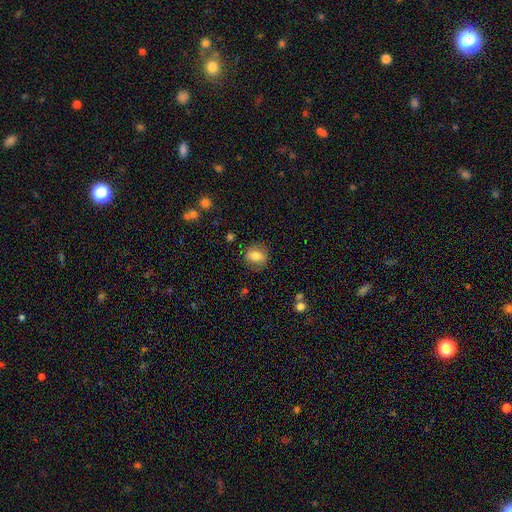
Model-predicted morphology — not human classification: Smooth or featured? Predicted: smooth (p=0.72). How rounded? Predicted: round (p=0.62). Merging? Predicted: none (p=0.78).